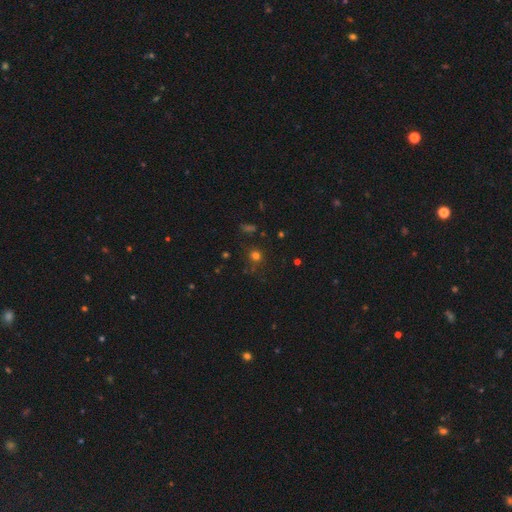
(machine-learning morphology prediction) smooth-or-featured: smooth: 68% | star or artifact: 25% | featured or disk: 6%
  how-rounded: round: 88% | in between: 11% | cigar-shaped: 1%
  merging: none: 79% | minor disturbance: 12% | major disturbance: 5% | merger: 4%